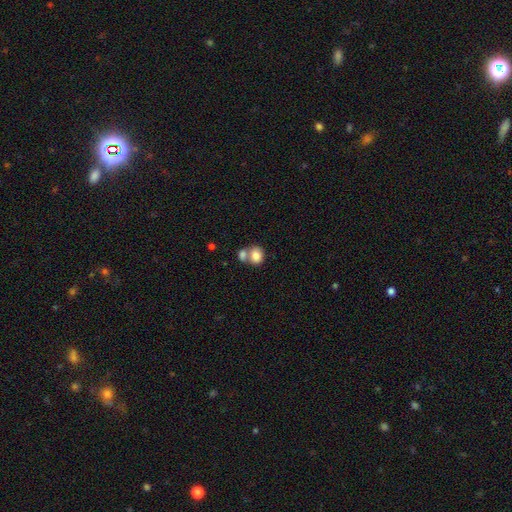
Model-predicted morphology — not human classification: Smooth or featured? smooth (82%)
How rounded? round (57%)
Merging? merger (52%)